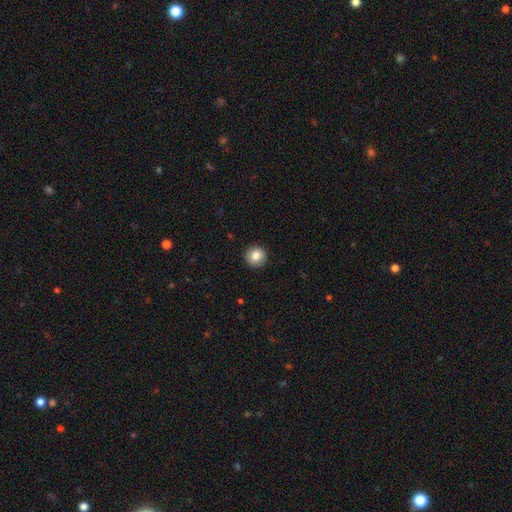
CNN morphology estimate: Smooth or featured? smooth (84%)
How rounded? round (94%)
Merging? none (92%)